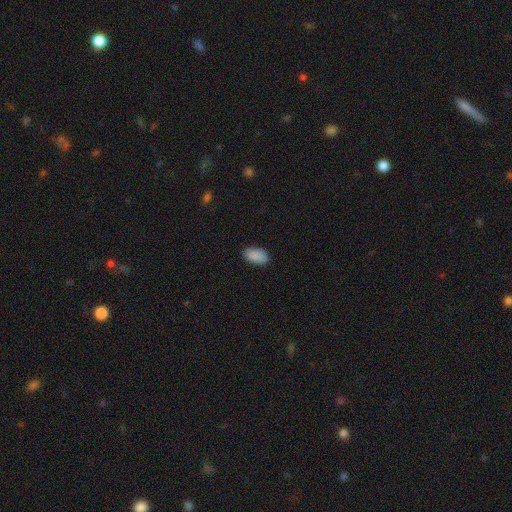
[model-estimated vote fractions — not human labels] The model was most divided on "merging": none: 85%, minor disturbance: 11%, major disturbance: 2%, merger: 1%. More confident: how rounded — in between (94%); smooth or featured — smooth (90%).